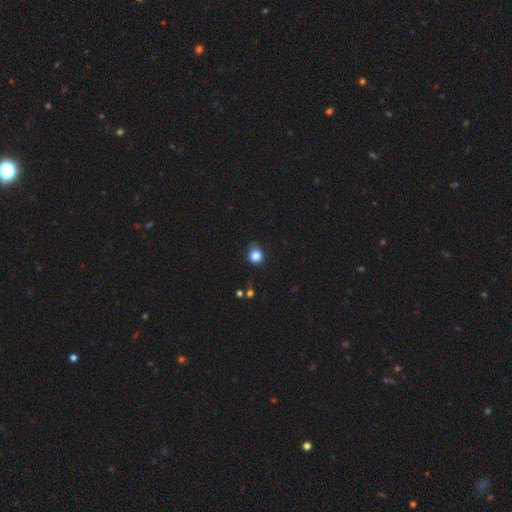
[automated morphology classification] This appears to be a smooth galaxy with no disk features (83%) that is round (86%). Merging: none (74%).